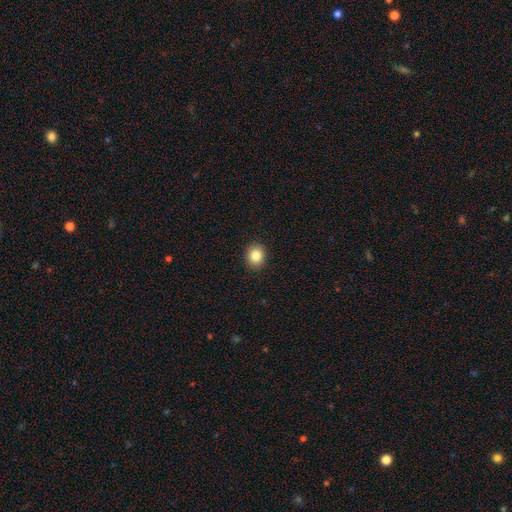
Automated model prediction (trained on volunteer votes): Smooth or featured? Predicted: smooth (p=0.84). How rounded? Predicted: round (p=0.68). Merging? Predicted: none (p=0.91).